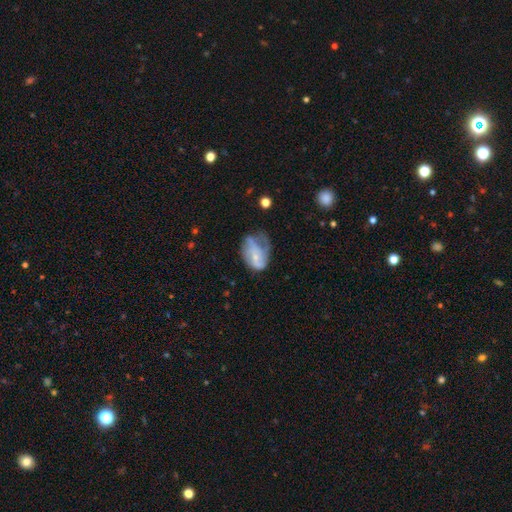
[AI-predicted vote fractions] Smooth or featured? Predicted: featured or disk (p=0.52). Edge-on disk? Predicted: no (p=0.97). Bar? Predicted: no (p=0.70). Spiral arms? Predicted: yes (p=0.51). Bulge size? Predicted: small (p=0.67). Merging? Predicted: major disturbance (p=0.39).